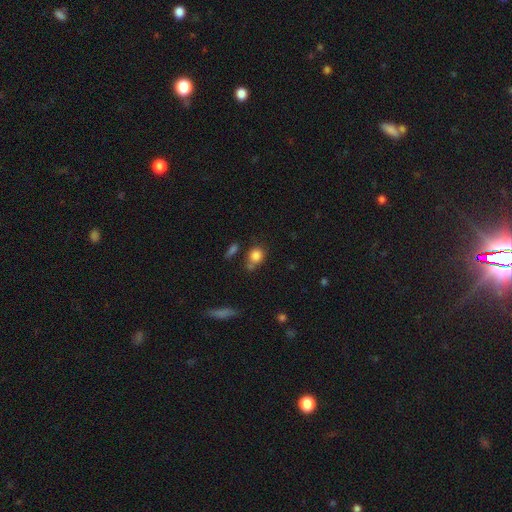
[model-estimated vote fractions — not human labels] Smooth or featured: smooth — 83% (star or artifact — 10%)
How rounded: round — 64% (in between — 34%)
Merging: none — 60% (minor disturbance — 19%)